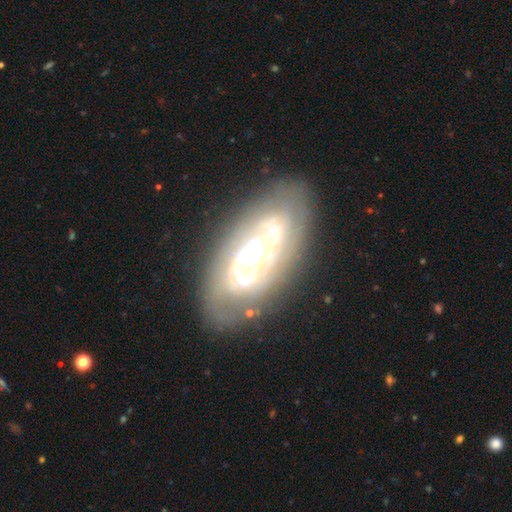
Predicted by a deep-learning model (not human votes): Overall: featured or disk (79%). Edge-on disk: no (91%). Bar: no (49%; weak 30%). Spiral arms: yes (79%). Spiral arm count: can't tell (39%, tied with 2). Spiral winding: tight (61%; medium 29%). Bulge size: moderate (56%; large 24%). Merging: none (73%).